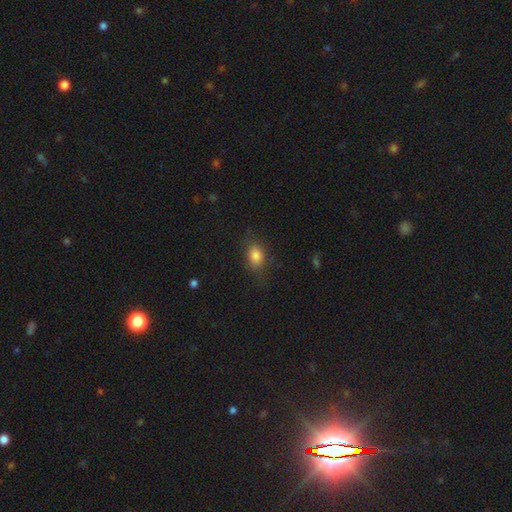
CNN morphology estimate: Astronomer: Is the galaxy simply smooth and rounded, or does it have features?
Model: smooth — 82%.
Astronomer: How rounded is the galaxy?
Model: in between — 75%.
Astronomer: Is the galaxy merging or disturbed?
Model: none — 75%.